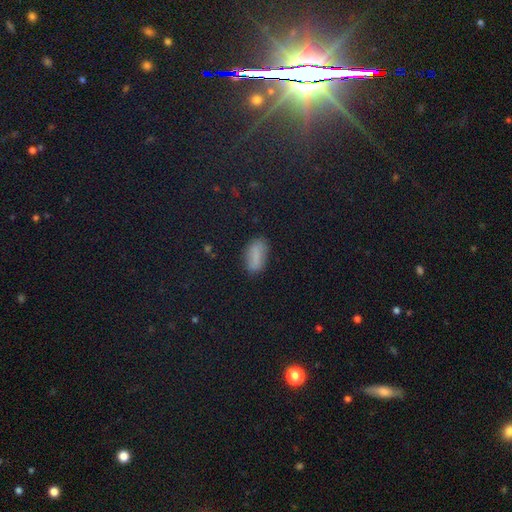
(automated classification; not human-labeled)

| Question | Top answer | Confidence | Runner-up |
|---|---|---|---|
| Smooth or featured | smooth | 76% | star or artifact (12%) |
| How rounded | in between | 90% | cigar-shaped (6%) |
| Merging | none | 75% | minor disturbance (17%) |